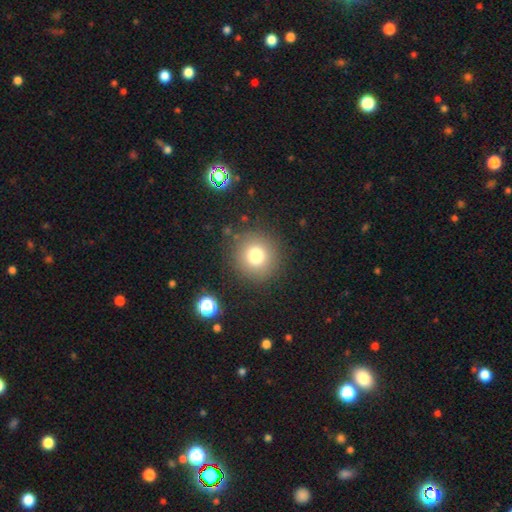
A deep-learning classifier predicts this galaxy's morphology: type=smooth (76%); roundness=round (93%); merging=none (87%).